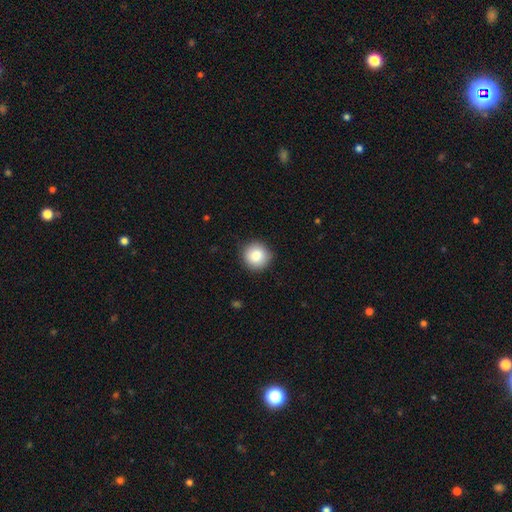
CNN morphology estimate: smooth_or_featured: smooth (p=0.86) [alt: star or artifact p=0.08]
how_rounded: round (p=0.93) [alt: in between p=0.06]
merging: none (p=0.88) [alt: minor disturbance p=0.09]